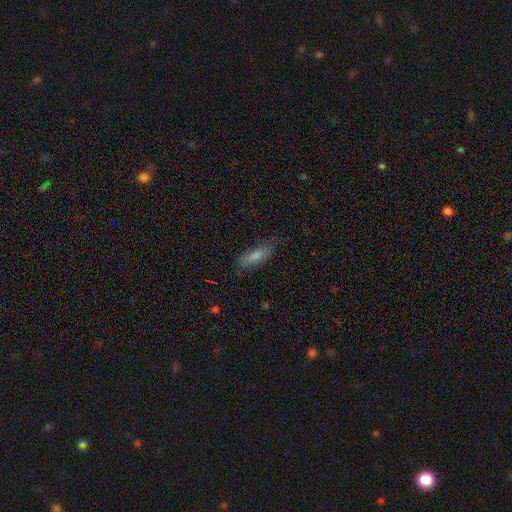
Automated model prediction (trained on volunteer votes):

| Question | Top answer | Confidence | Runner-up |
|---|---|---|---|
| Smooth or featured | smooth | 62% | featured or disk (28%) |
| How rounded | cigar-shaped | 54% | in between (44%) |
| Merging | none | 76% | minor disturbance (18%) |